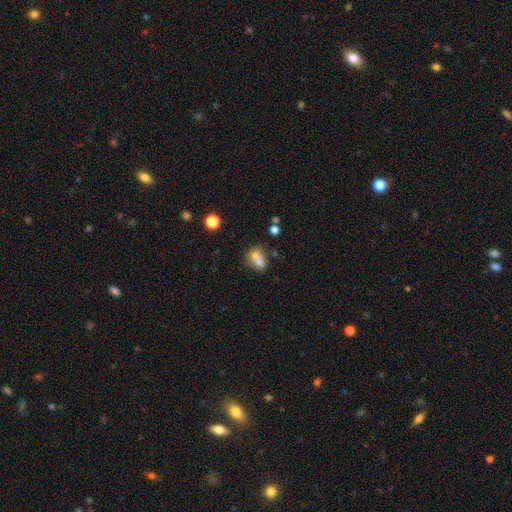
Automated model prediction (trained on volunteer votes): The model was most divided on "merging": merger: 53%, none: 32%, minor disturbance: 10%, major disturbance: 5%. More confident: smooth or featured — smooth (70%); how rounded — in between (59%).